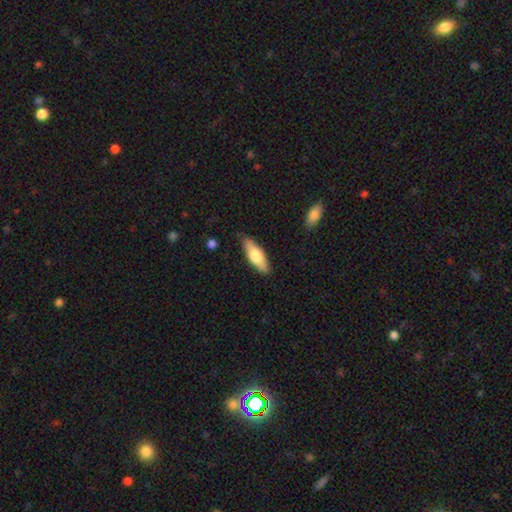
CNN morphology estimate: Q: Smooth or featured?
A: smooth (61%); runner-up: featured or disk (33%)
Q: How rounded?
A: in between (57%); runner-up: cigar-shaped (41%)
Q: Merging?
A: none (87%); runner-up: minor disturbance (10%)